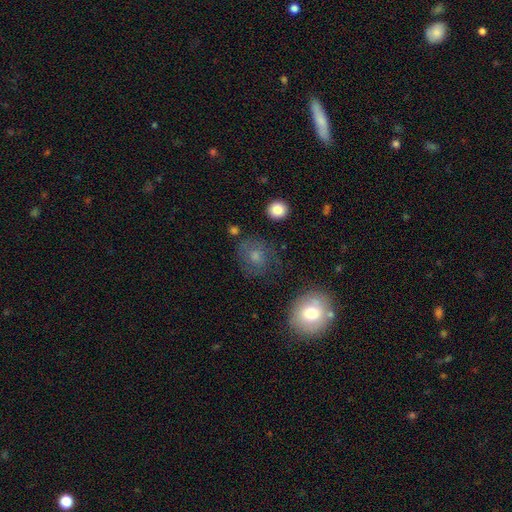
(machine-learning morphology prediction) Smooth or featured?
  - smooth: 60% *
  - featured or disk: 25%
  - star or artifact: 15%
How rounded?
  - round: 71% *
  - in between: 27%
  - cigar-shaped: 1%
Merging?
  - none: 69% *
  - minor disturbance: 18%
  - major disturbance: 10%
  - merger: 3%